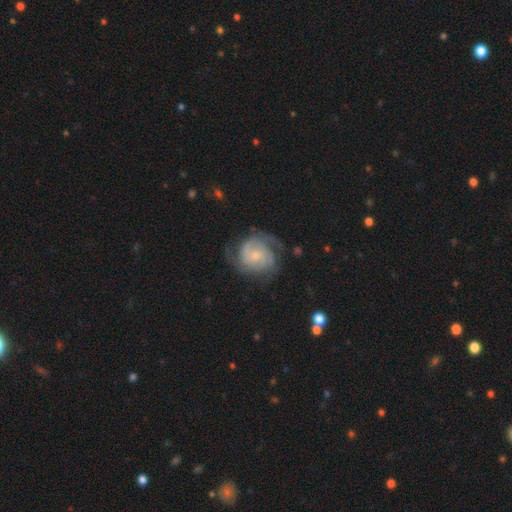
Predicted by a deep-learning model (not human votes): Morphology: type=featured or disk (82%); edge-on=no (98%); bar=no (69%); spiral arms=yes (95%); winding=tight (51%); arm count=2 (40%); bulge=small (65%); merging=none (64%).